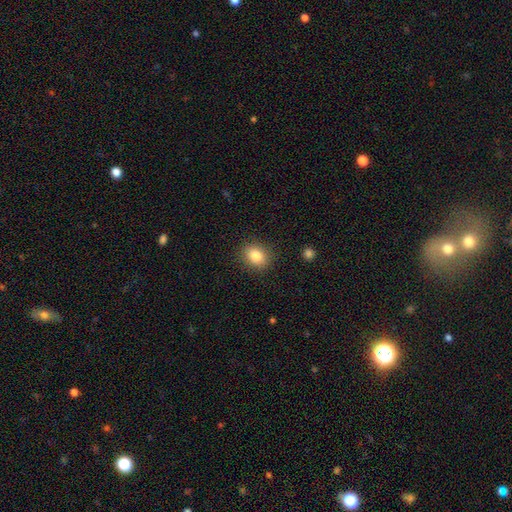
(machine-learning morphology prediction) This is clearly a smooth galaxy (84%). How rounded: possibly round (55%). Merging: clearly none (88%).